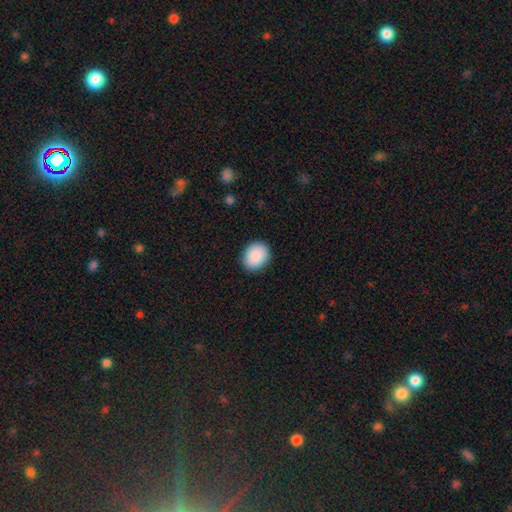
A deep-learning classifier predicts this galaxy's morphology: This is clearly a smooth galaxy (90%). How rounded: possibly round (56%). Merging: clearly none (89%).